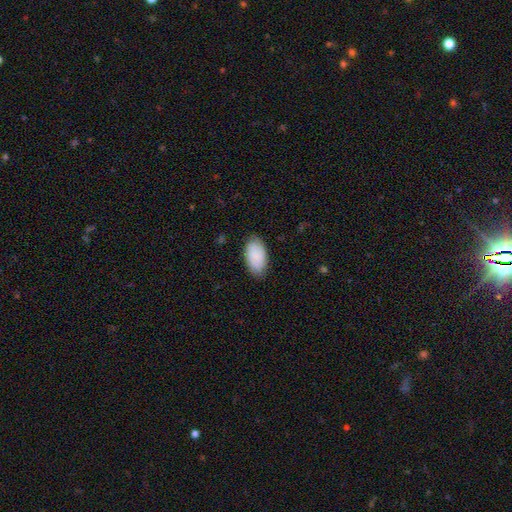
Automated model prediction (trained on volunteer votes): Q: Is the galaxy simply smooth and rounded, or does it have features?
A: smooth — 83%.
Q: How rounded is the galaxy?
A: in between — 95%.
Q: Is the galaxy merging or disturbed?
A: none — 81%.